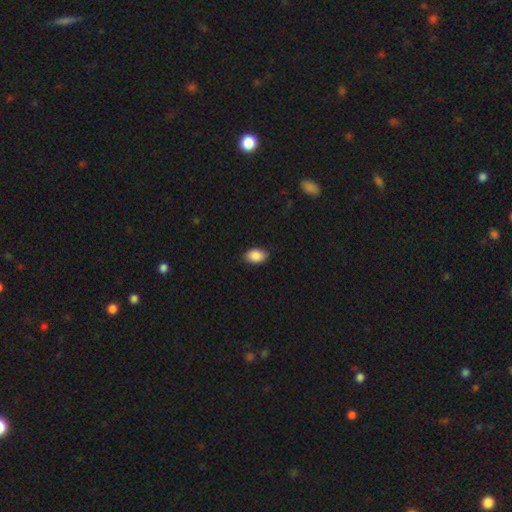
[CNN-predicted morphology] The model was most divided on "merging": none: 86%, minor disturbance: 11%, major disturbance: 2%, merger: 1%. More confident: smooth or featured — smooth (89%); how rounded — in between (88%).